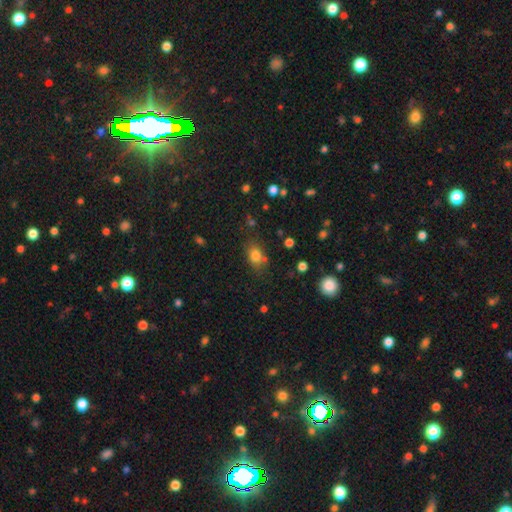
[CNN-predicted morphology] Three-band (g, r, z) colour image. It shows a smooth galaxy with no disk features (80%) that is in between round and cigar-shaped (67%). Merging: none (71%).